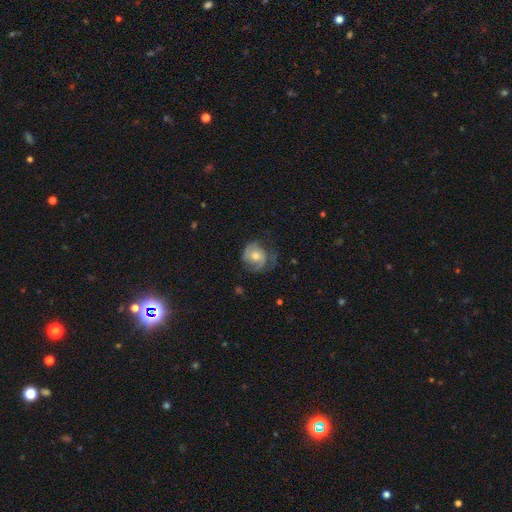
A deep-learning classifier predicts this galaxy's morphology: Smooth or featured?
  - featured or disk: 64% *
  - smooth: 28%
  - star or artifact: 7%
Edge-on disk?
  - no: 97% *
  - yes: 3%
Bar?
  - no: 73% *
  - weak: 22%
  - strong: 5%
Spiral arms?
  - yes: 86% *
  - no: 14%
Spiral winding?
  - tight: 49% *
  - medium: 36%
  - loose: 15%
Spiral arm count?
  - 2: 56% *
  - can't tell: 19%
  - 1: 14%
  - 3: 7%
  - 4: 2%
  - more than 4: 2%
Bulge size?
  - moderate: 66% *
  - small: 25%
  - large: 6%
  - none: 2%
  - dominant: 1%
Merging?
  - none: 58% *
  - minor disturbance: 25%
  - major disturbance: 16%
  - merger: 1%